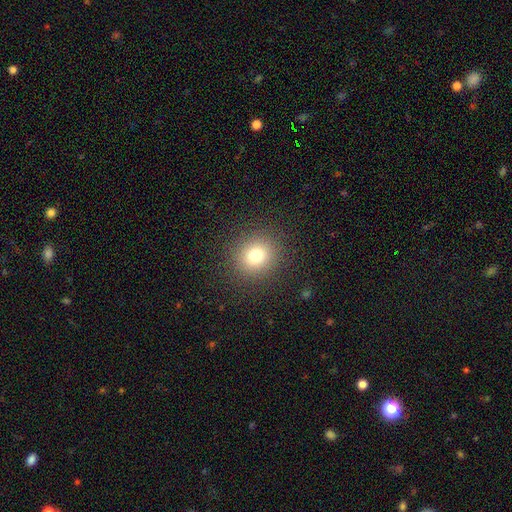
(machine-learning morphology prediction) Smooth or featured?
  - smooth: 76% *
  - star or artifact: 15%
  - featured or disk: 9%
How rounded?
  - round: 85% *
  - in between: 14%
  - cigar-shaped: 1%
Merging?
  - none: 89% *
  - minor disturbance: 7%
  - major disturbance: 3%
  - merger: 1%